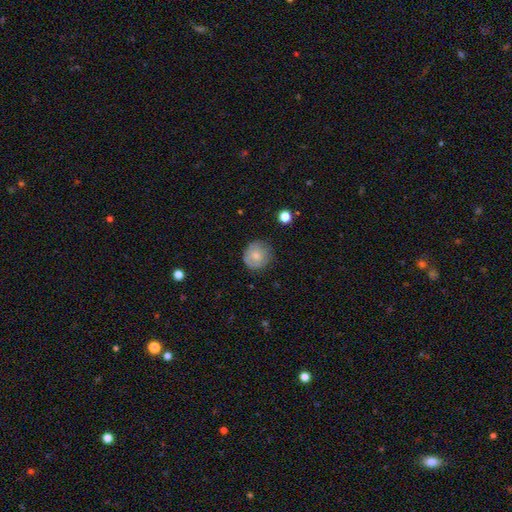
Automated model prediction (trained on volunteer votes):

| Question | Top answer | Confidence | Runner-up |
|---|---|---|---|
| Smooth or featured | smooth | 70% | featured or disk (21%) |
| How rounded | round | 90% | in between (9%) |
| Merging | none | 75% | minor disturbance (19%) |